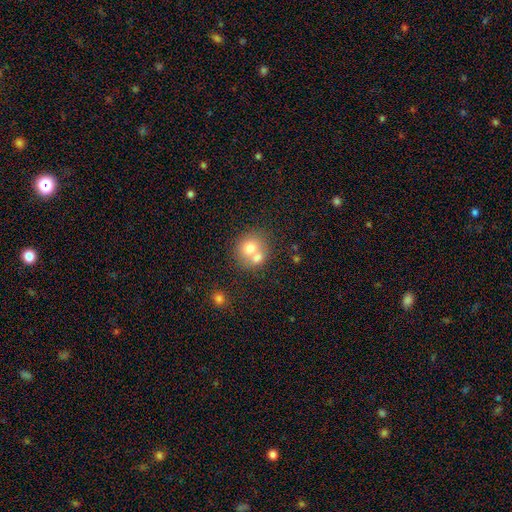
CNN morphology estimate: Q: Smooth or featured?
A: smooth (68%); runner-up: featured or disk (20%)
Q: How rounded?
A: round (81%); runner-up: in between (18%)
Q: Merging?
A: merger (51%); runner-up: none (39%)